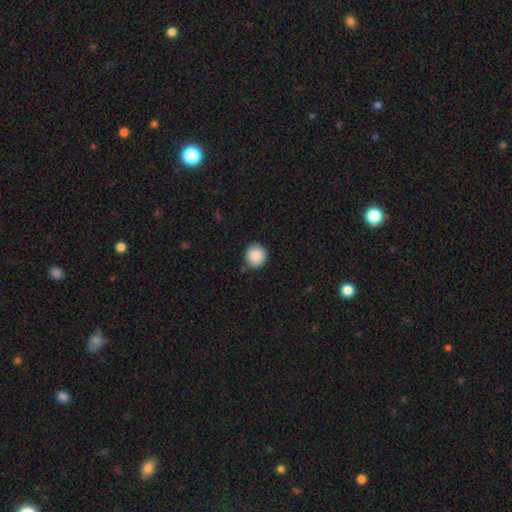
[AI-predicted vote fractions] Smooth or featured: smooth — 89% (star or artifact — 8%)
How rounded: round — 90% (in between — 9%)
Merging: none — 86% (minor disturbance — 10%)